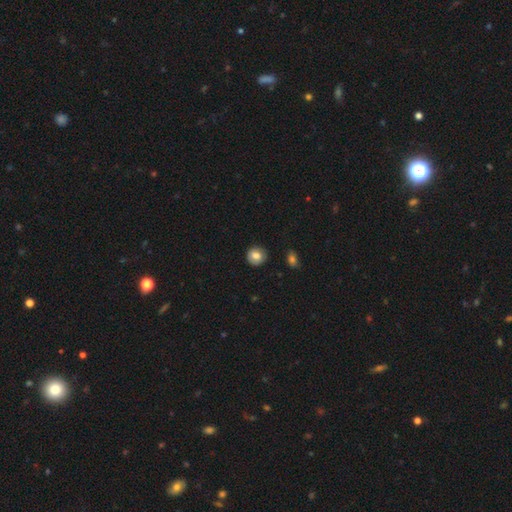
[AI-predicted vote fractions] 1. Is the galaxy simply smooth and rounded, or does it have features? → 79% smooth, 12% featured or disk, 8% star or artifact.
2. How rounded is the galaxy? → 90% round, 9% in between, 1% cigar-shaped.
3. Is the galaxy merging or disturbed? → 88% none, 9% minor disturbance, 2% major disturbance, 1% merger.